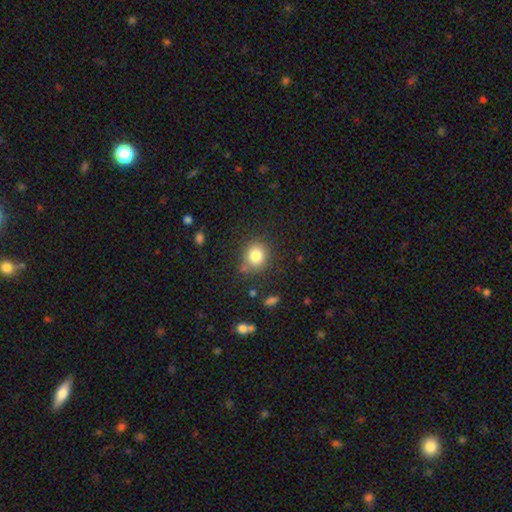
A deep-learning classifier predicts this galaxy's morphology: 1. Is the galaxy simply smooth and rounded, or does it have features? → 81% smooth, 11% star or artifact, 8% featured or disk.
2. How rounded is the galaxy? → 84% round, 15% in between, 1% cigar-shaped.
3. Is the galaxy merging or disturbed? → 79% none, 12% minor disturbance, 5% merger, 4% major disturbance.